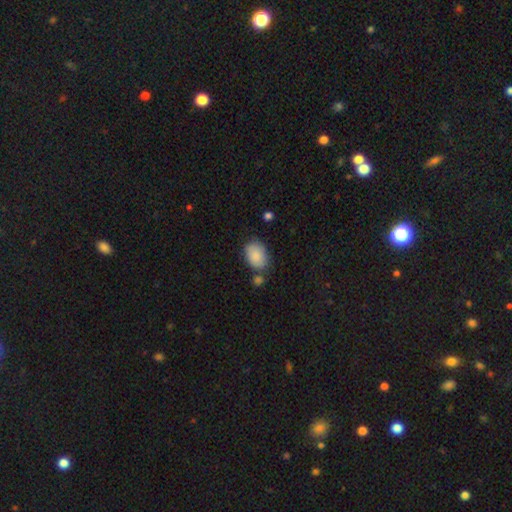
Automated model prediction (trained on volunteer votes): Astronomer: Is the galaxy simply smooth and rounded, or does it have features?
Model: smooth — 87%.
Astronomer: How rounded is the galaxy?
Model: in between — 83%.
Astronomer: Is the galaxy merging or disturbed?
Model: none — 68%.